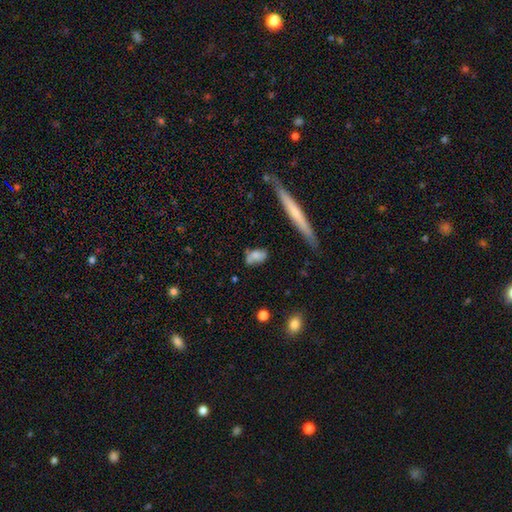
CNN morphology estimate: smooth_or_featured: smooth (p=0.71) [alt: featured or disk p=0.20]
how_rounded: in between (p=0.80) [alt: cigar-shaped p=0.10]
merging: none (p=0.53) [alt: minor disturbance p=0.26]